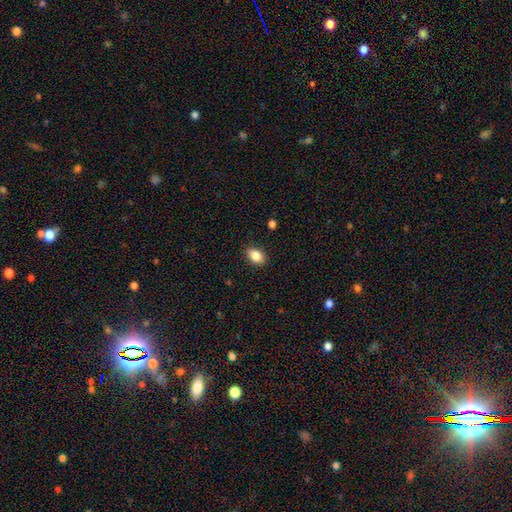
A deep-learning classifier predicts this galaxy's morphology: This is clearly a smooth galaxy (86%). How rounded: clearly in between (85%). Merging: clearly none (88%).